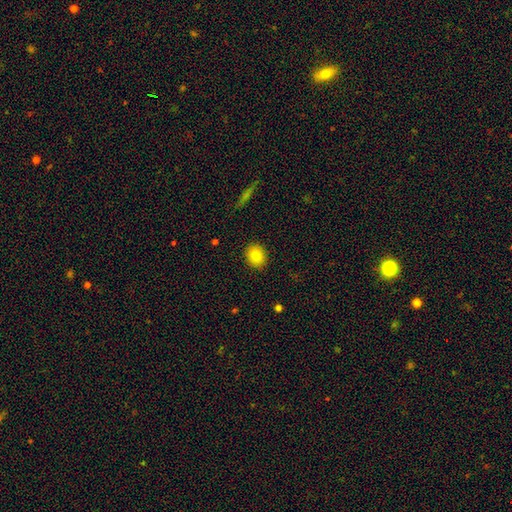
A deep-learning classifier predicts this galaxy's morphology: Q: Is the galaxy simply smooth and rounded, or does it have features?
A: smooth — 80%.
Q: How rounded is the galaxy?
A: round — 75%.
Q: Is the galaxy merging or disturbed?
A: none — 91%.